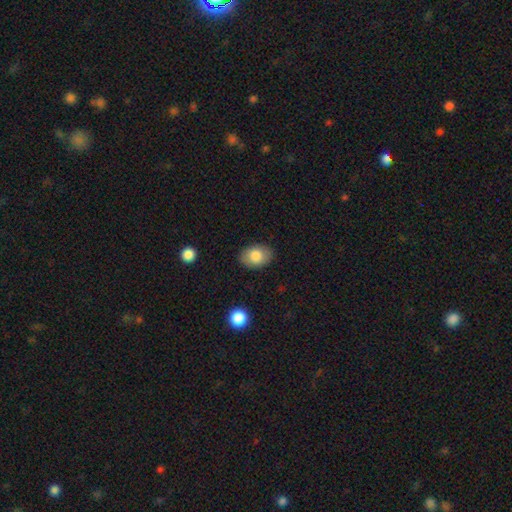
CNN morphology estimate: This is likely a smooth galaxy (80%). How rounded: clearly in between (82%). Merging: clearly none (84%).